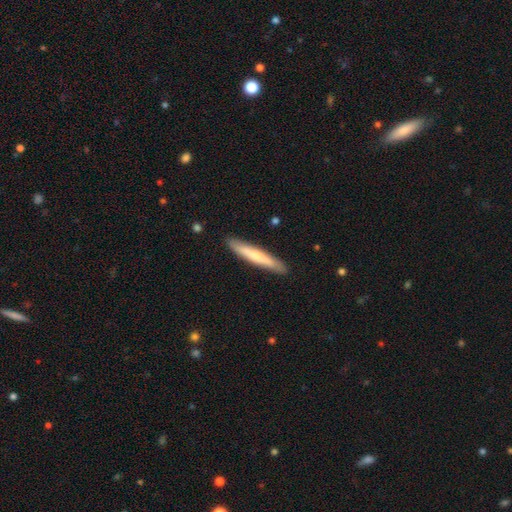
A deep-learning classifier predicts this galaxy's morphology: Overall: smooth (61%; featured or disk 34%). How rounded: cigar-shaped (94%). Merging: none (90%).